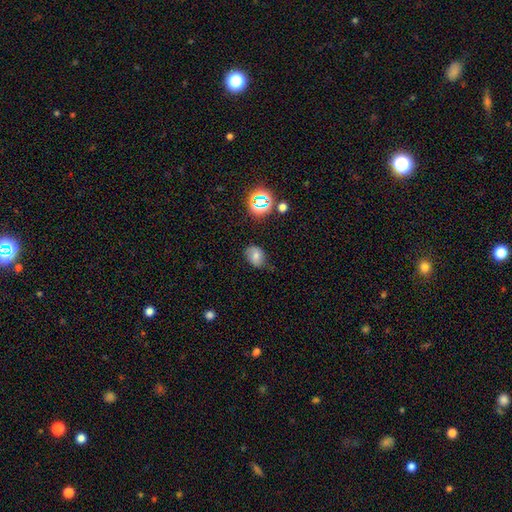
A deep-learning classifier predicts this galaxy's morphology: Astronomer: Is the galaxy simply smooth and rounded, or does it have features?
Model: smooth — 69%.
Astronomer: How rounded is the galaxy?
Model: in between — 66%.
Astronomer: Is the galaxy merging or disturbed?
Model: none — 65%.